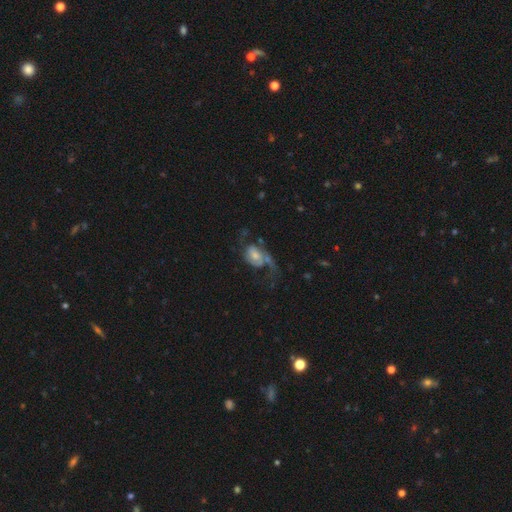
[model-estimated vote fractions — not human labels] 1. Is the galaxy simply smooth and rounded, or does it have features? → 71% featured or disk, 22% smooth, 7% star or artifact.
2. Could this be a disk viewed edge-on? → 97% no, 3% yes.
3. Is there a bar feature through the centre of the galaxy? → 61% no, 33% weak, 7% strong.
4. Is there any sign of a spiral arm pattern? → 88% yes, 12% no.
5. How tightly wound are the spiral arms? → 58% loose, 32% medium, 10% tight.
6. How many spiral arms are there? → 68% 2, 21% 1, 6% can't tell, 2% 3, 1% 4, 1% more than 4.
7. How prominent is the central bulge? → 46% moderate, 35% small, 11% large, 6% none, 2% dominant.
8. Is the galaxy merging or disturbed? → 41% major disturbance, 36% none, 18% minor disturbance, 6% merger.